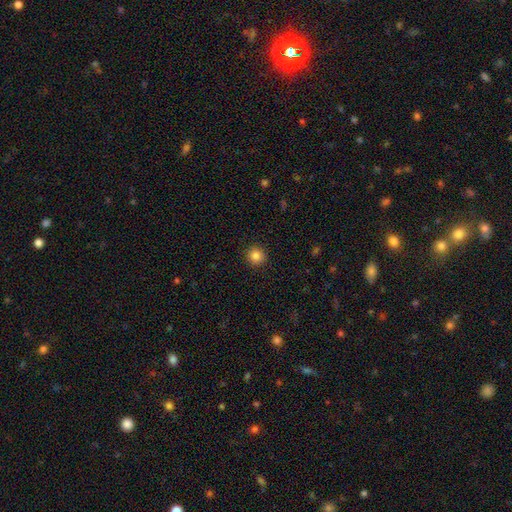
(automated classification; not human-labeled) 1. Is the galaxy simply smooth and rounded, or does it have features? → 85% smooth, 11% star or artifact, 4% featured or disk.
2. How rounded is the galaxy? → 94% round, 5% in between, 1% cigar-shaped.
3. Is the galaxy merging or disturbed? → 93% none, 5% minor disturbance, 2% major disturbance, 1% merger.